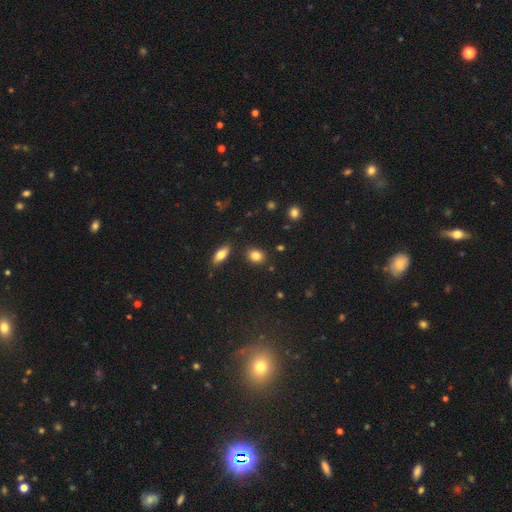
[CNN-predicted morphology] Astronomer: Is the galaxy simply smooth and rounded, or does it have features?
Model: smooth — 84%.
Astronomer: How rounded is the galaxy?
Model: in between — 56% (runner-up: round, 42%).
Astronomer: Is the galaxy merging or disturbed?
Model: none — 85%.